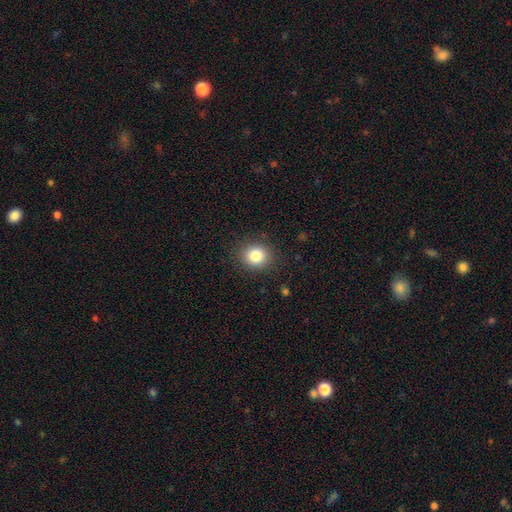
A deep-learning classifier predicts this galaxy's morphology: This is clearly a smooth galaxy (83%). How rounded: likely round (75%). Merging: clearly none (88%).